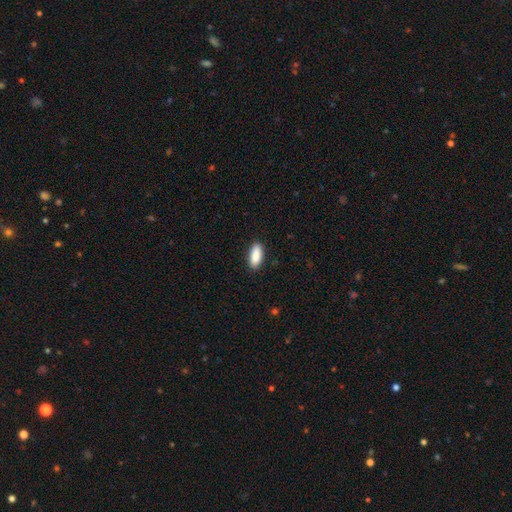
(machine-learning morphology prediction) smooth 90%, star or artifact 6%, featured or disk 4%. Down the decision tree: how rounded — in between (81%); merging — none (89%).